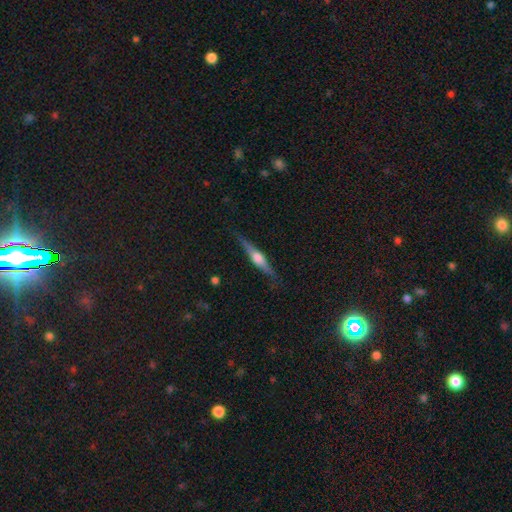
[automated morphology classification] This appears to be a featured or disk galaxy (73%) viewed edge-on (98%) with a rounded central bulge (88%). Merging: none (86%).